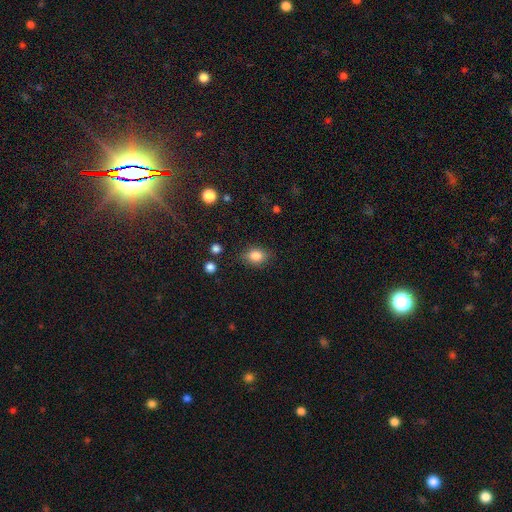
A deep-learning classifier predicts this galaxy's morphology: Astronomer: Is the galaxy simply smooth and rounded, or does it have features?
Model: smooth — 84%.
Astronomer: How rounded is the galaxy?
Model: in between — 64%.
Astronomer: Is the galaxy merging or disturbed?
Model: none — 80%.